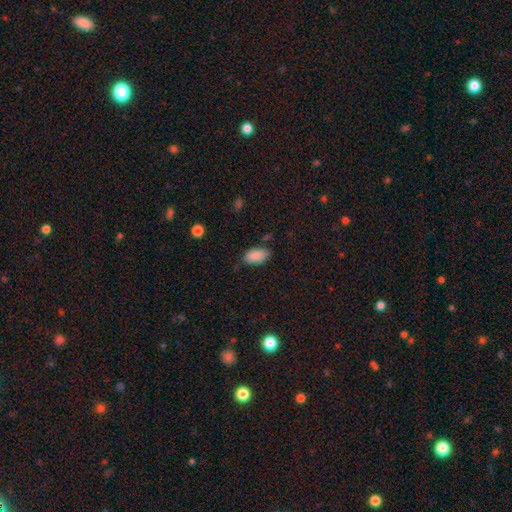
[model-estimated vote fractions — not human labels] Morphology: type=smooth (88%); roundness=in between (93%); merging=none (70%).